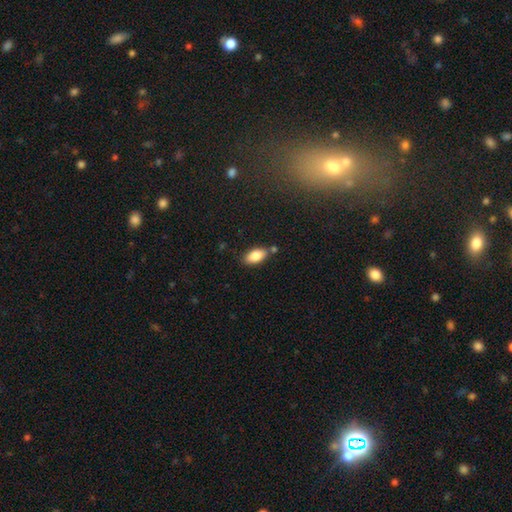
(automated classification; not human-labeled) Smooth or featured: smooth — 83% (featured or disk — 9%)
How rounded: in between — 92% (cigar-shaped — 5%)
Merging: none — 76% (minor disturbance — 13%)